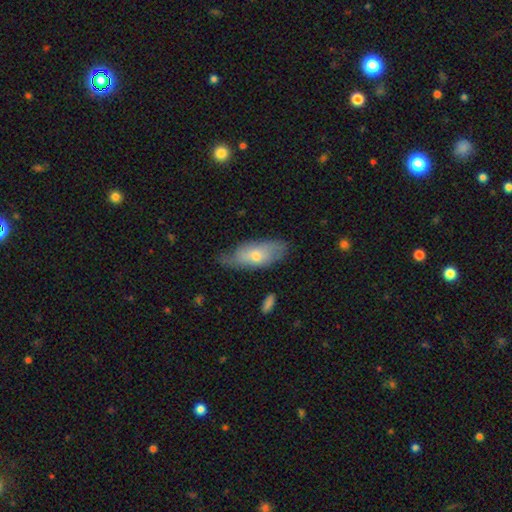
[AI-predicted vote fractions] Smooth or featured?
  - smooth: 55% *
  - featured or disk: 39%
  - star or artifact: 6%
How rounded?
  - in between: 81% *
  - cigar-shaped: 16%
  - round: 3%
Merging?
  - none: 60% *
  - minor disturbance: 31%
  - major disturbance: 7%
  - merger: 2%